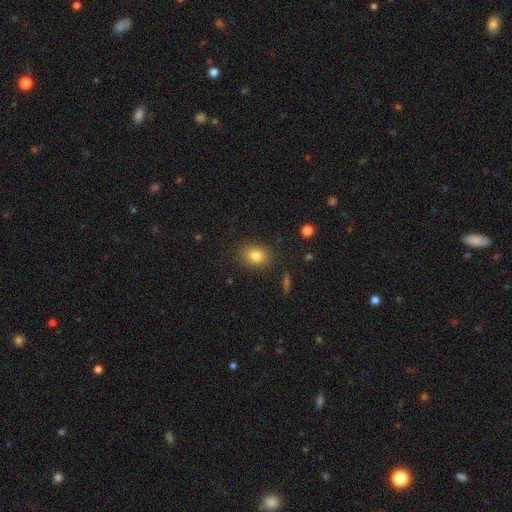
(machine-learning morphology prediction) type=smooth (80%); roundness=in between (58%); merging=none (86%).